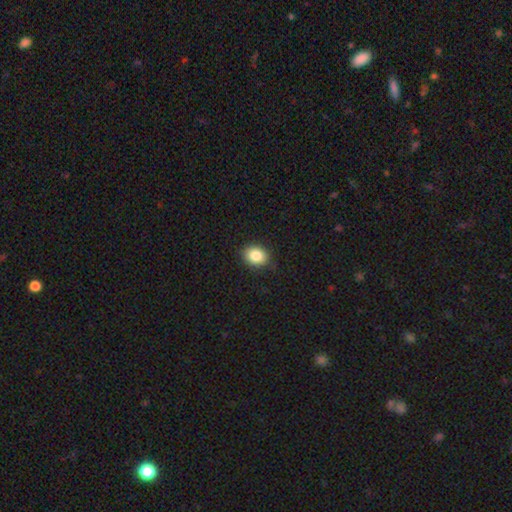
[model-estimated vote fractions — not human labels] Morphology: type=smooth (85%); roundness=in between (51%); merging=none (88%).